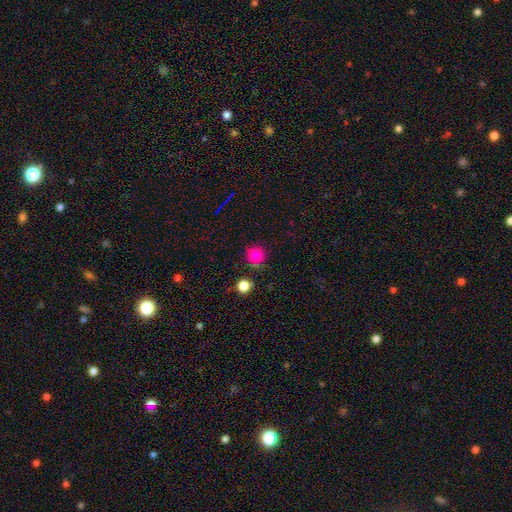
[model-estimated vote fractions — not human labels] The model was most divided on "merging": none: 80%, minor disturbance: 12%, merger: 5%, major disturbance: 3%. More confident: how rounded — round (92%); smooth or featured — smooth (82%).